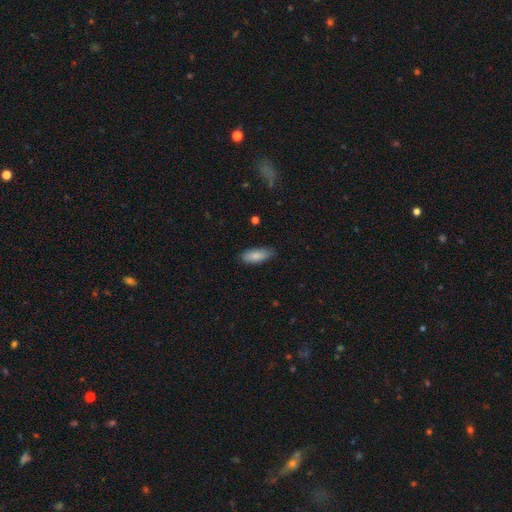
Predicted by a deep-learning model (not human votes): Q: Smooth or featured?
A: smooth (85%); runner-up: featured or disk (9%)
Q: How rounded?
A: in between (81%); runner-up: cigar-shaped (17%)
Q: Merging?
A: none (79%); runner-up: minor disturbance (17%)